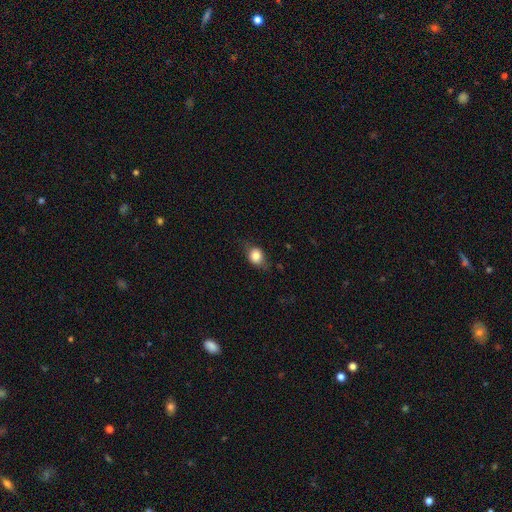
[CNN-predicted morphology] smooth 76%, featured or disk 15%, star or artifact 9%. Down the decision tree: how rounded — round (51%); merging — none (68%).